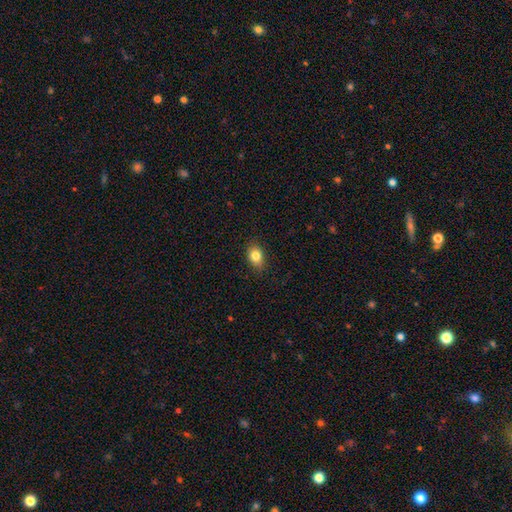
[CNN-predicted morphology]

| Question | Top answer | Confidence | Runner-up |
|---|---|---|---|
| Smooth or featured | smooth | 83% | star or artifact (10%) |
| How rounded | in between | 72% | round (27%) |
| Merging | none | 85% | minor disturbance (12%) |